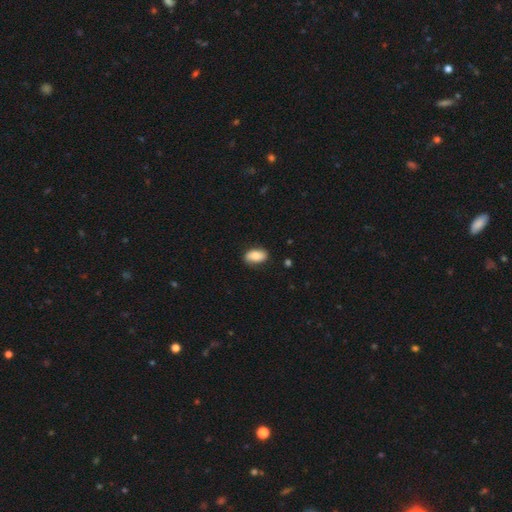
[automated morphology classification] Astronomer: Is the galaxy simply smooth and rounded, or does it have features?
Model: smooth — 80%.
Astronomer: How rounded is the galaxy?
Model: in between — 92%.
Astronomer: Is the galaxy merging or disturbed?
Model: none — 84%.